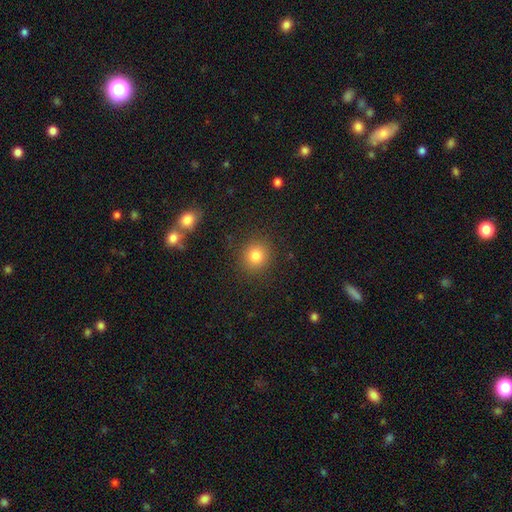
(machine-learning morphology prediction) Smooth or featured? smooth (81%)
How rounded? round (87%)
Merging? none (88%)